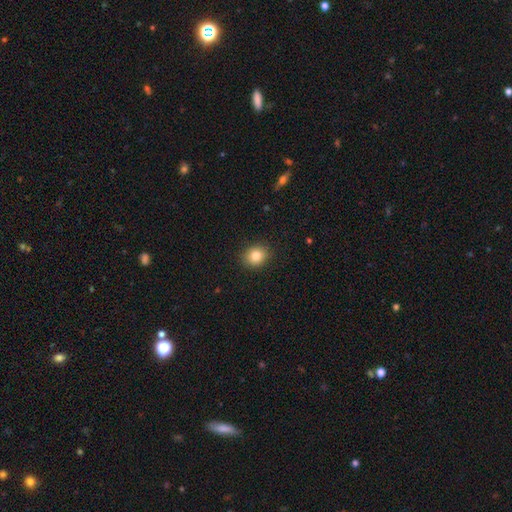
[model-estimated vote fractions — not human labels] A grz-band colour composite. It shows a smooth galaxy with no disk features (82%) that is round (69%). Merging: none (90%).